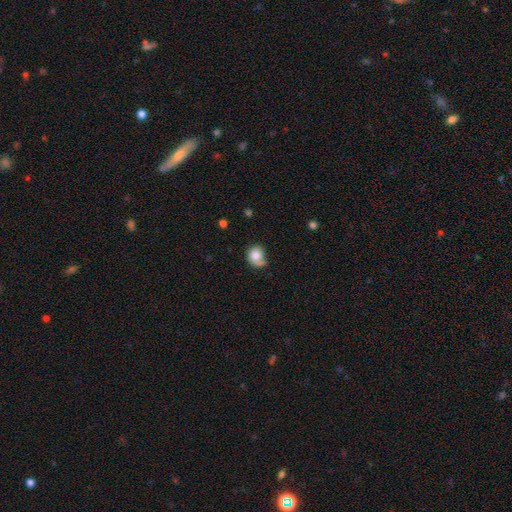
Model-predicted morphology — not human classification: Smooth or featured?
  - smooth: 73% *
  - featured or disk: 19%
  - star or artifact: 8%
How rounded?
  - round: 65% *
  - in between: 34%
  - cigar-shaped: 1%
Merging?
  - none: 45% *
  - minor disturbance: 29%
  - major disturbance: 18%
  - merger: 7%